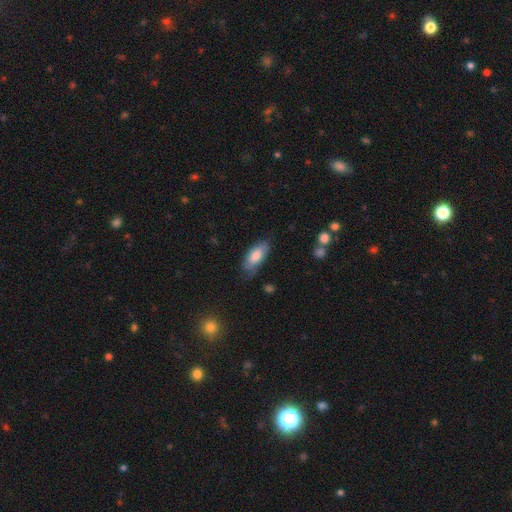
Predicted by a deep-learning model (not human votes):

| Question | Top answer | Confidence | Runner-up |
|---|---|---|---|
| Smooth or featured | smooth | 74% | featured or disk (20%) |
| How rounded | in between | 85% | cigar-shaped (13%) |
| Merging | none | 63% | minor disturbance (28%) |